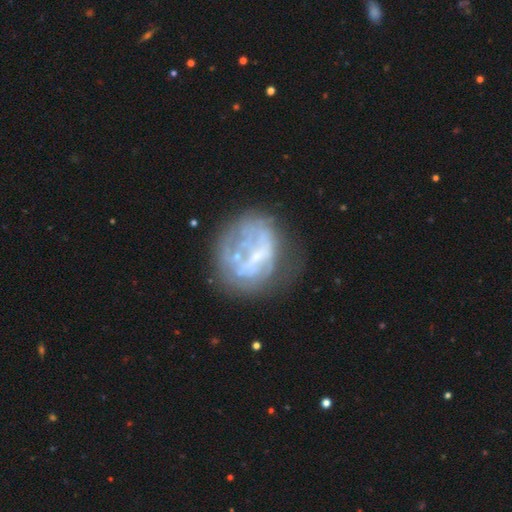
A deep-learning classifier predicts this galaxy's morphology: This is likely a featured or disk galaxy (64%). It is clearly not viewed edge-on (97%). Bar: possibly no (59%). Spiral arm pattern: likely no (77%). Central bulge: marginally none (44%). Merging: possibly none (45%).